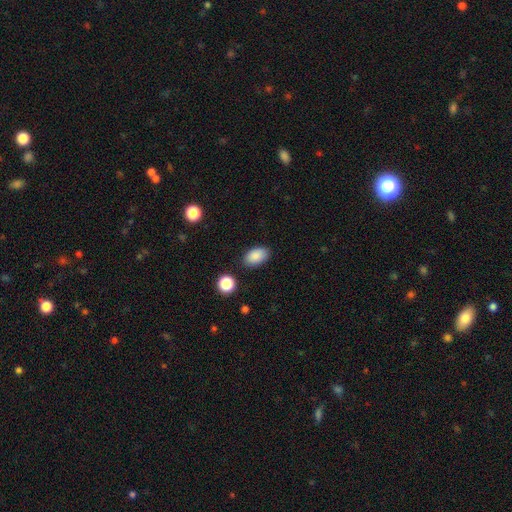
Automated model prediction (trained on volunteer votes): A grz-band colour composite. It shows a smooth galaxy with no disk features (87%) that is in between round and cigar-shaped (91%). Merging: none (84%).